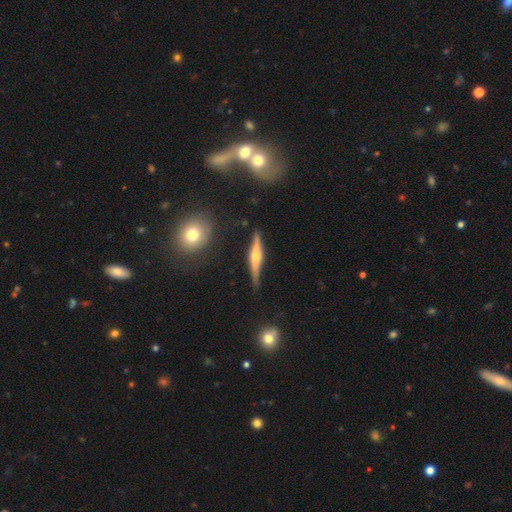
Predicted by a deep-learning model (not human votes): This is likely a featured or disk galaxy (74%). It is clearly viewed edge-on (96%). Edge-on bulge: clearly rounded (83%). Merging: clearly none (80%).